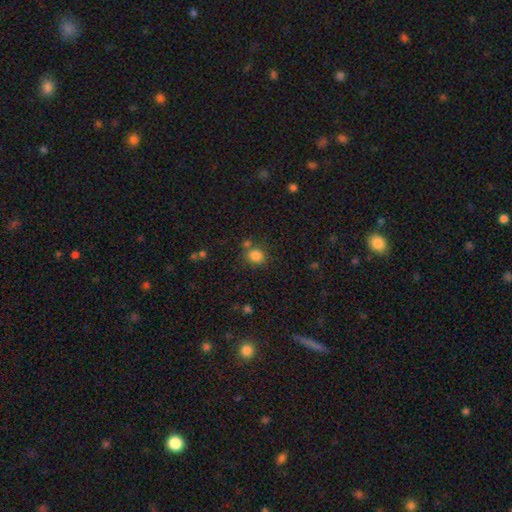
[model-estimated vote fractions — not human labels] smooth-or-featured: smooth: 82% | star or artifact: 12% | featured or disk: 5%
  how-rounded: round: 74% | in between: 25% | cigar-shaped: 1%
  merging: none: 69% | merger: 15% | minor disturbance: 12% | major disturbance: 4%